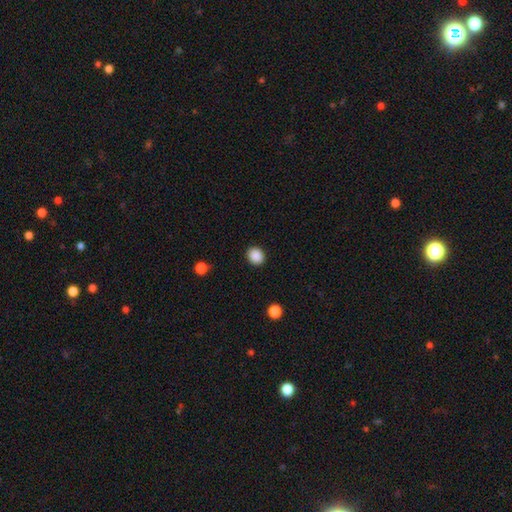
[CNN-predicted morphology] Overall: smooth (88%). How rounded: round (66%; in between 33%). Merging: none (90%).